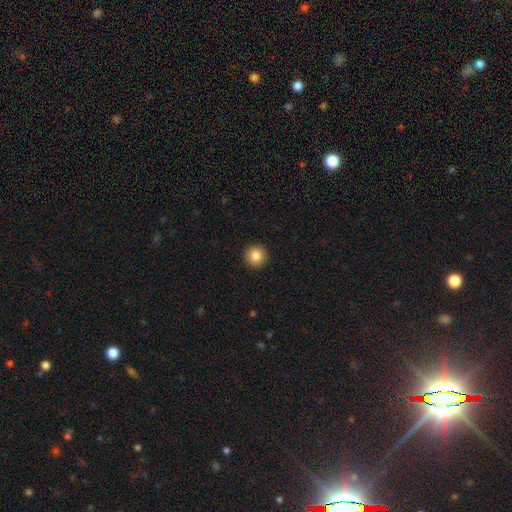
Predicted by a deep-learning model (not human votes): Smooth or featured?
  - smooth: 85% *
  - star or artifact: 10%
  - featured or disk: 6%
How rounded?
  - round: 95% *
  - in between: 4%
  - cigar-shaped: 1%
Merging?
  - none: 93% *
  - minor disturbance: 4%
  - major disturbance: 1%
  - merger: 1%